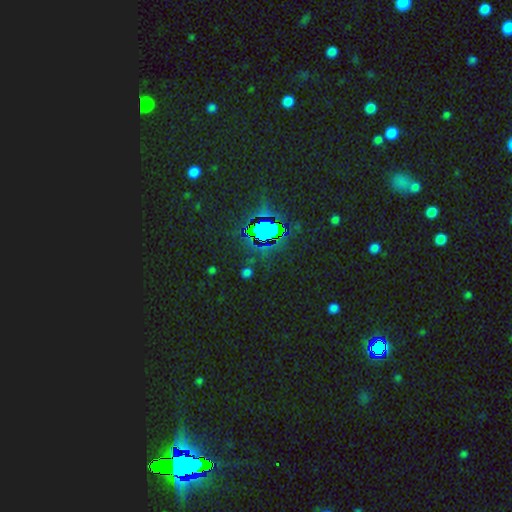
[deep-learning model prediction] Smooth or featured: star or artifact — 82% (smooth — 11%)